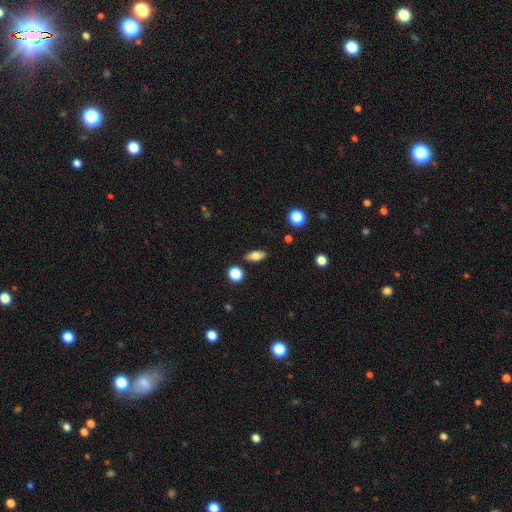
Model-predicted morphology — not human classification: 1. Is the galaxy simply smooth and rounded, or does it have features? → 73% smooth, 18% featured or disk, 9% star or artifact.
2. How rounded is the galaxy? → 81% in between, 12% cigar-shaped, 7% round.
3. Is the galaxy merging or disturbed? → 87% none, 9% minor disturbance, 2% merger, 2% major disturbance.